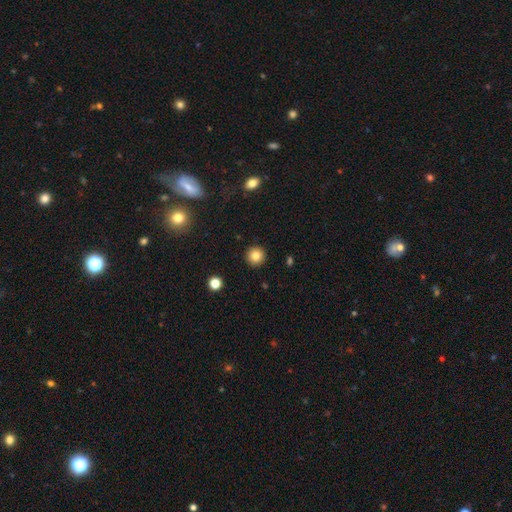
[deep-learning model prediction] This is clearly a smooth galaxy (83%). How rounded: clearly round (95%). Merging: clearly none (93%).